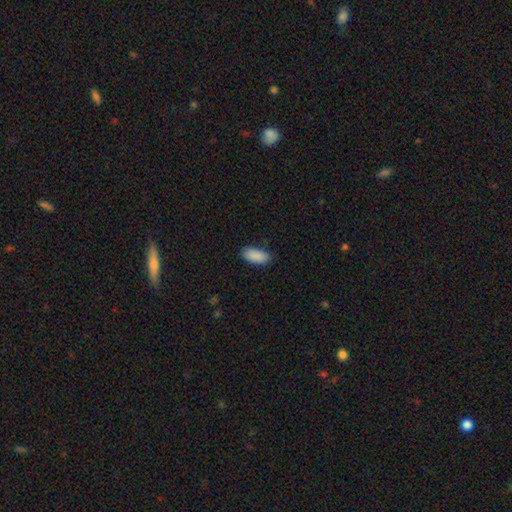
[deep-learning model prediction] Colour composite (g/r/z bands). It shows a smooth galaxy with no disk features (90%) that is in between round and cigar-shaped (85%). Merging: none (82%).